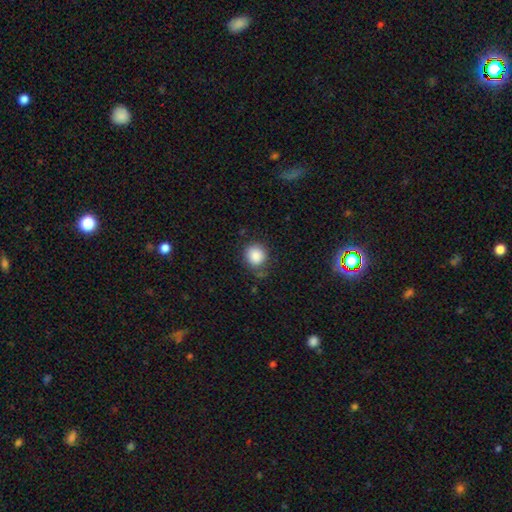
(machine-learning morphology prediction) A smooth galaxy with no disk features (87%) that is round (86%). Merging: none (77%).